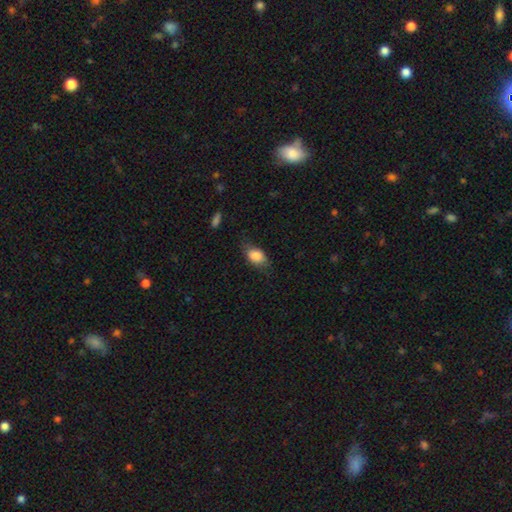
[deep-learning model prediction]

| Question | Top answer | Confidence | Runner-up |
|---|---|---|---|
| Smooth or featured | smooth | 83% | featured or disk (10%) |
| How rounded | in between | 85% | round (11%) |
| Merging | none | 66% | minor disturbance (25%) |